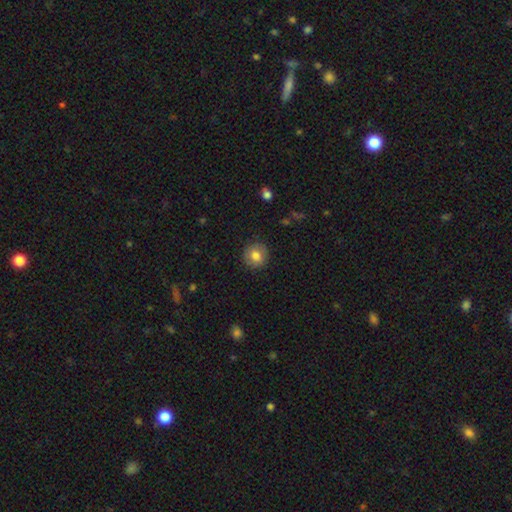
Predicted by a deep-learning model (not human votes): Smooth or featured: smooth — 80% (featured or disk — 11%)
How rounded: round — 90% (in between — 9%)
Merging: none — 89% (minor disturbance — 8%)